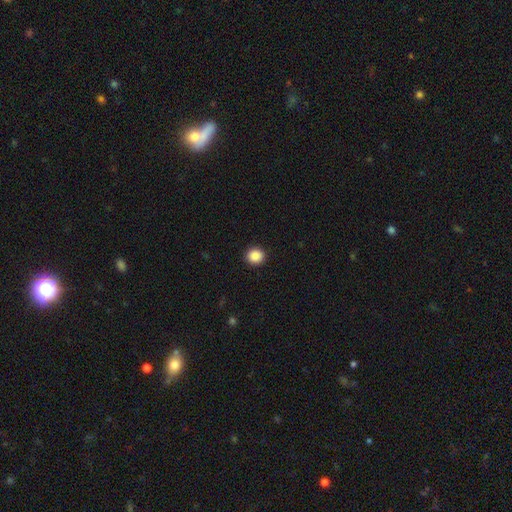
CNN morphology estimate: A smooth galaxy with no disk features (88%) that is round (88%).

Vote fractions:
- Smooth or featured? smooth: 88% / star or artifact: 9% / featured or disk: 3%
- How rounded? round: 88% / in between: 11% / cigar-shaped: 1%
- Merging? none: 92% / minor disturbance: 5% / major disturbance: 2% / merger: 1%